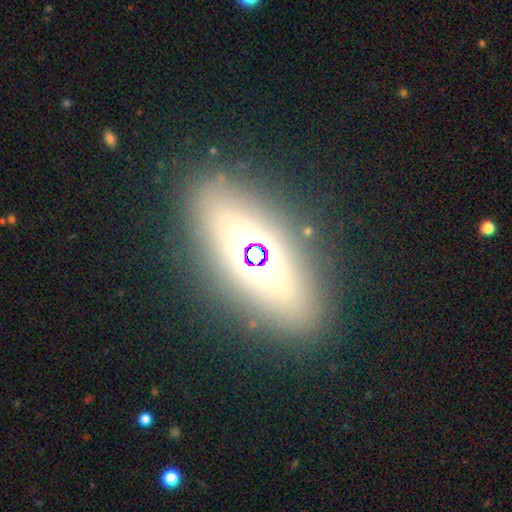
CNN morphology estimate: smooth-or-featured: featured or disk: 40% | smooth: 36% | star or artifact: 24%
  merging: none: 86% | minor disturbance: 9% | major disturbance: 4% | merger: 2%